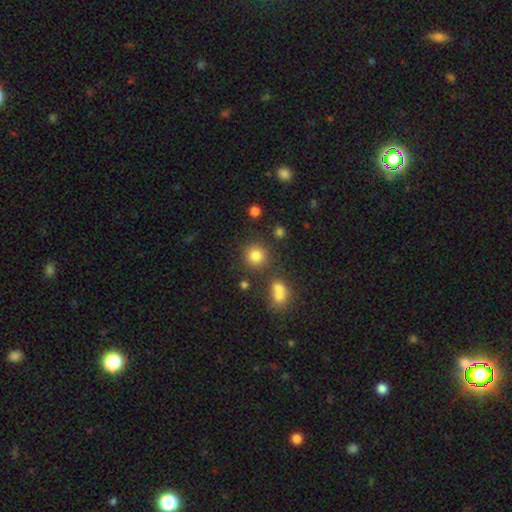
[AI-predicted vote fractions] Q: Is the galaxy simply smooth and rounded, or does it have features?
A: smooth — 81%.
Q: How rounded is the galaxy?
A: round — 91%.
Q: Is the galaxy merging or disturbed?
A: none — 79%.